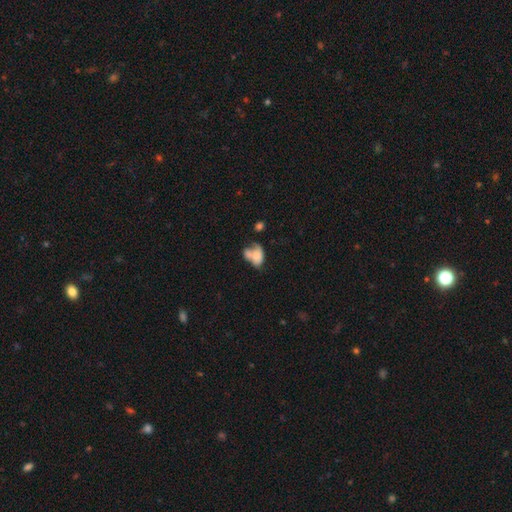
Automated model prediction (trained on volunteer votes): A smooth galaxy with no disk features (64%) that is in between round and cigar-shaped (82%). Merging: merger (49%).